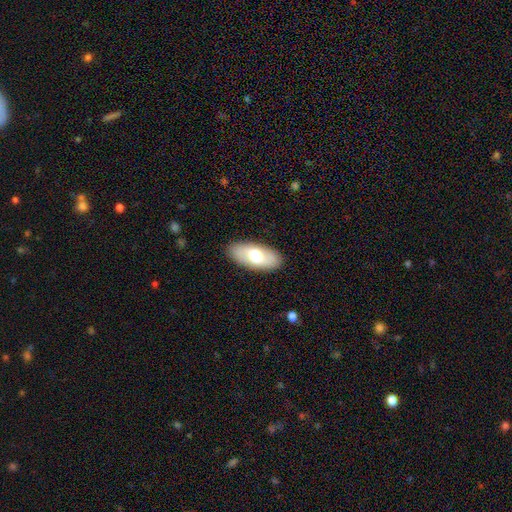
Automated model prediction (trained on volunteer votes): A smooth galaxy with no disk features (66%) that is in between round and cigar-shaped (88%). Merging: none (88%).